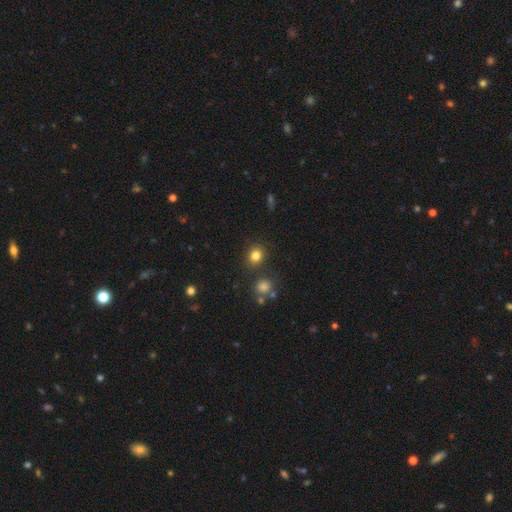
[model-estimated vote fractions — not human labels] The model was most divided on "how rounded": round: 78%, in between: 21%, cigar-shaped: 1%. More confident: merging — none (82%); smooth or featured — smooth (81%).